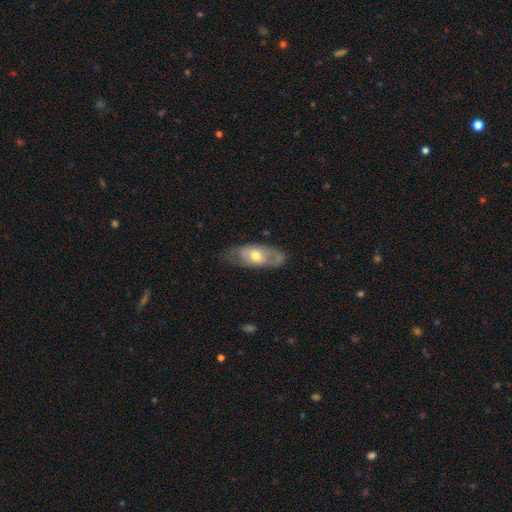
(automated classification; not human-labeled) featured or disk 54%, smooth 40%, star or artifact 6%. Down the decision tree: edge-on disk — no (80%); merging — none (67%).